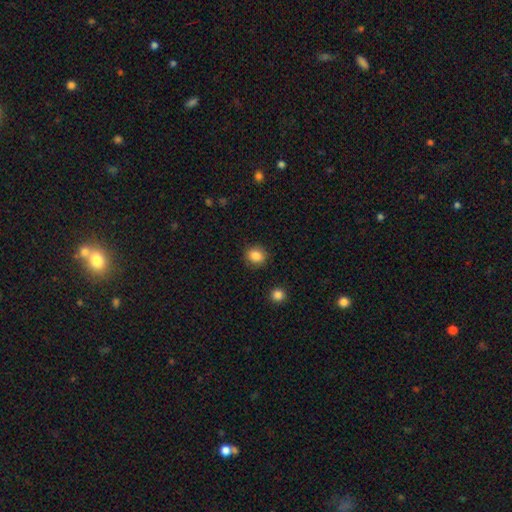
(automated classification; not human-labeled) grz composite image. It shows a smooth galaxy with no disk features (86%) that is round (73%). Merging: none (88%).